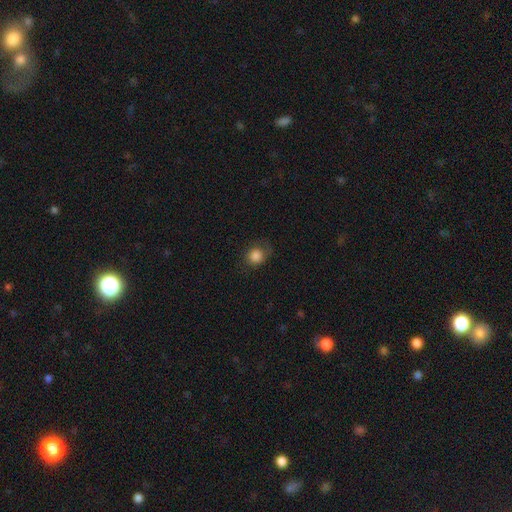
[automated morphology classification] smooth-or-featured: smooth: 82% | star or artifact: 10% | featured or disk: 8%
  how-rounded: round: 75% | in between: 25% | cigar-shaped: 1%
  merging: none: 67% | minor disturbance: 22% | major disturbance: 11% | merger: 1%